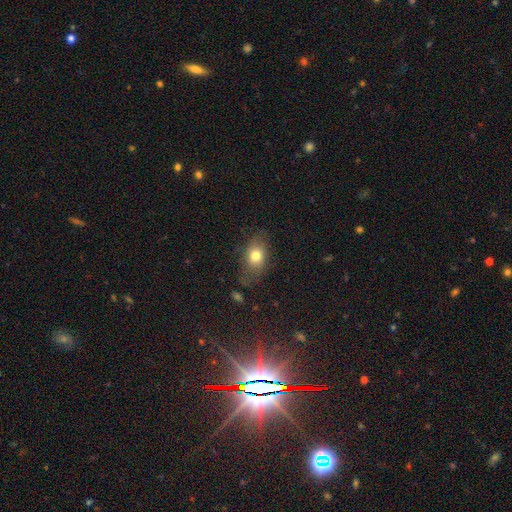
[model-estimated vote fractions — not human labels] Q: Smooth or featured?
A: smooth (76%); runner-up: featured or disk (14%)
Q: How rounded?
A: in between (75%); runner-up: round (23%)
Q: Merging?
A: none (70%); runner-up: minor disturbance (20%)